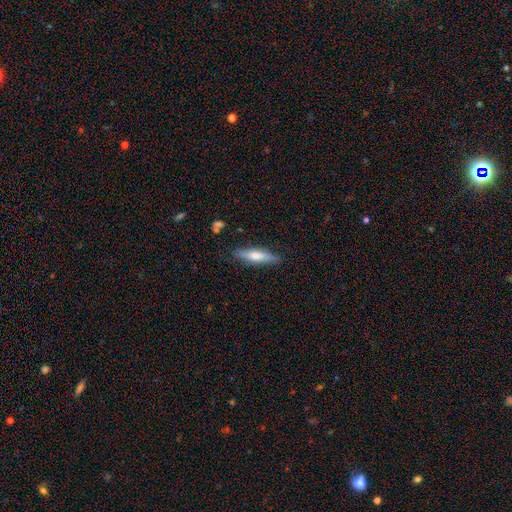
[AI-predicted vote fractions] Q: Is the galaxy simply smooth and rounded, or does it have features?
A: smooth — 54%.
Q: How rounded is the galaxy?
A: cigar-shaped — 74%.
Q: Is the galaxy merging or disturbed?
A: none — 85%.